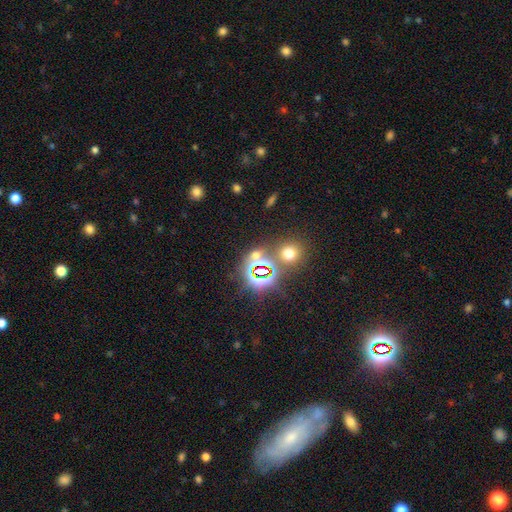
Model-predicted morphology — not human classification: type=star or artifact (62%).